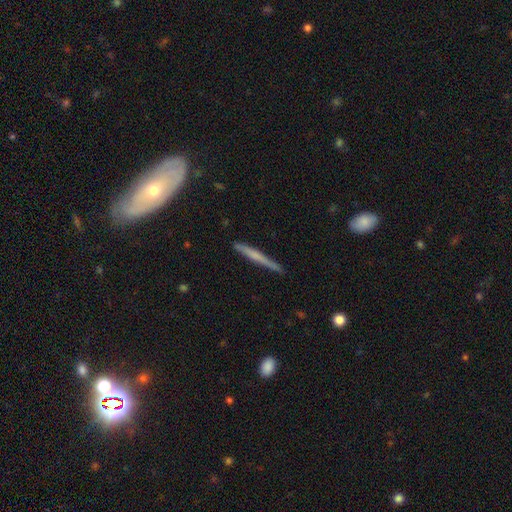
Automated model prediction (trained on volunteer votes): The model was most divided on "smooth or featured" (2-way tie): featured or disk: 47%, smooth: 47%, star or artifact: 6%. More confident: merging — none (86%).